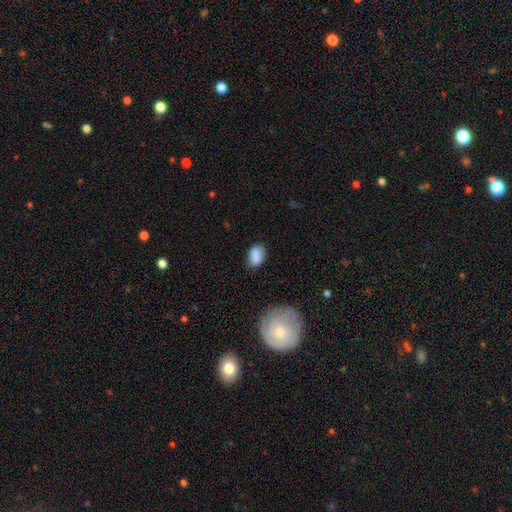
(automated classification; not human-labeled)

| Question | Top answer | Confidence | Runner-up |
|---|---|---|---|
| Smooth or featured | smooth | 84% | star or artifact (8%) |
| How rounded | in between | 84% | round (13%) |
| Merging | none | 74% | minor disturbance (19%) |